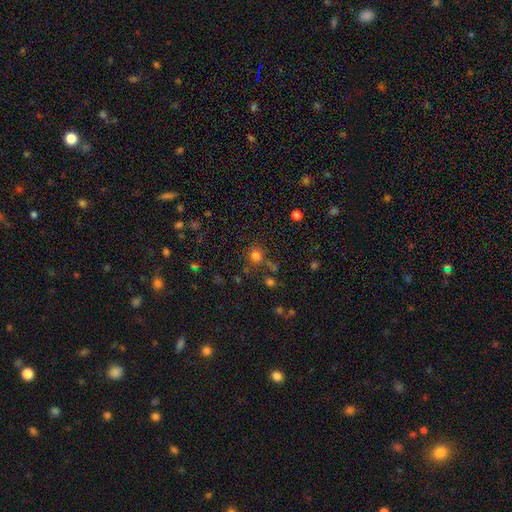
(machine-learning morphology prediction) Smooth or featured? Predicted: smooth (p=0.73). How rounded? Predicted: round (p=0.84). Merging? Predicted: none (p=0.68).